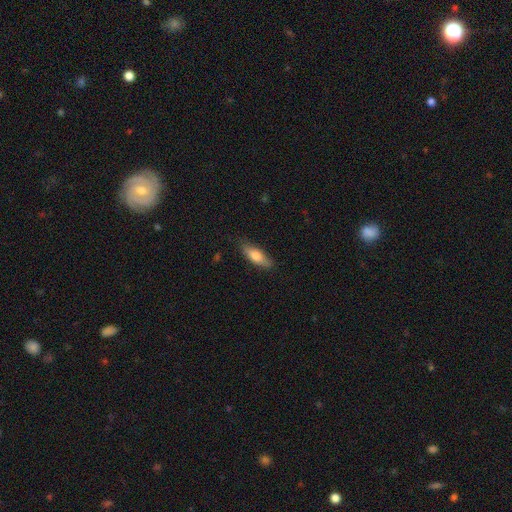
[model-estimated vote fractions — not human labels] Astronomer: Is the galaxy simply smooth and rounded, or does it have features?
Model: smooth — 71%.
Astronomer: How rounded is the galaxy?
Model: in between — 59% (runner-up: cigar-shaped, 39%).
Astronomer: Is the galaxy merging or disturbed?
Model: none — 82%.